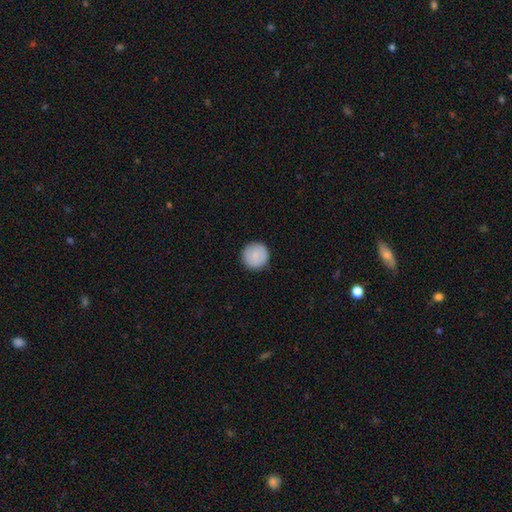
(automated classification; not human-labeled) Morphology: type=smooth (87%); roundness=round (96%); merging=none (91%).